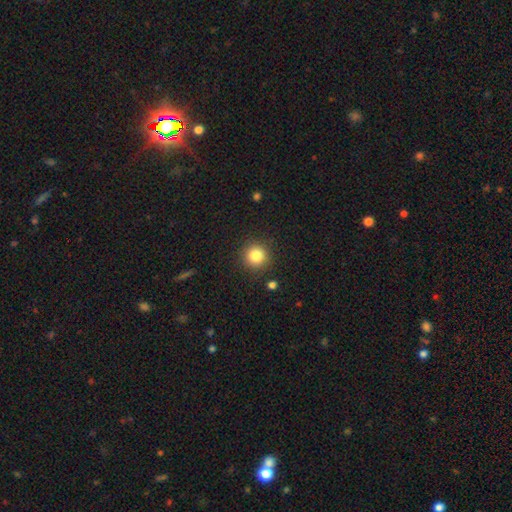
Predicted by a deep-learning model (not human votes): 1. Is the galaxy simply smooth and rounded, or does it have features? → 83% smooth, 11% star or artifact, 5% featured or disk.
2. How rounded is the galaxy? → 94% round, 5% in between, 1% cigar-shaped.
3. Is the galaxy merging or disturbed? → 90% none, 6% minor disturbance, 2% major disturbance, 2% merger.